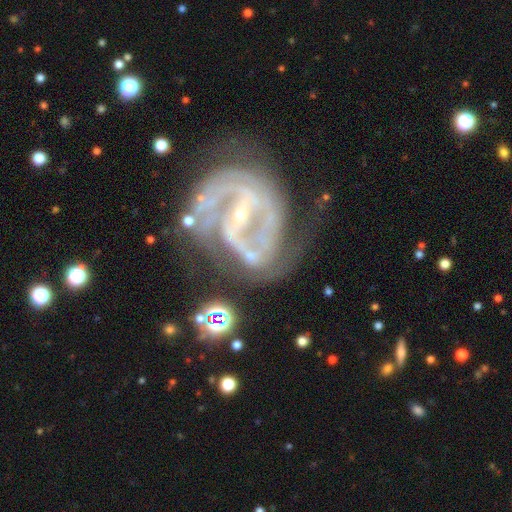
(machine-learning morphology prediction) smooth-or-featured: featured or disk: 88% | star or artifact: 7% | smooth: 5%
  disk-edge-on: no: 98% | yes: 2%
    bar: strong: 59% | weak: 27% | no: 14%
    has-spiral-arms: yes: 93% | no: 7%
      spiral-winding: medium: 48% | tight: 37% | loose: 15%
      spiral-arm-count: 2: 61% | 3: 13% | can't tell: 12% | 4: 5% | 1: 5% | more than 4: 4%
    bulge-size: small: 83% | moderate: 11% | none: 4% | large: 1% | dominant: 1%
  merging: none: 47% | major disturbance: 24% | minor disturbance: 22% | merger: 6%